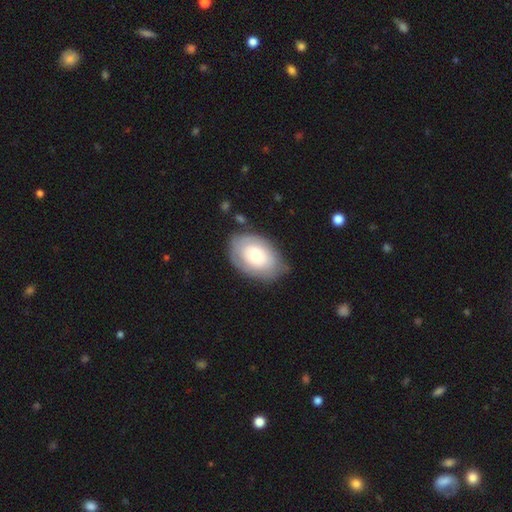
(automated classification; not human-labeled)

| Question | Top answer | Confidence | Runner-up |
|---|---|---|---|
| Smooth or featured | smooth | 53% | featured or disk (41%) |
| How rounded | in between | 83% | round (16%) |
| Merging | none | 71% | minor disturbance (21%) |